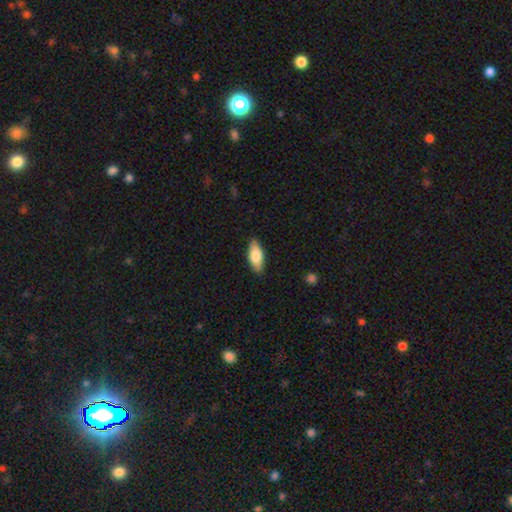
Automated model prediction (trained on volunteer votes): The model was most divided on "smooth or featured": smooth: 79%, featured or disk: 15%, star or artifact: 6%. More confident: merging — none (88%); how rounded — in between (82%).